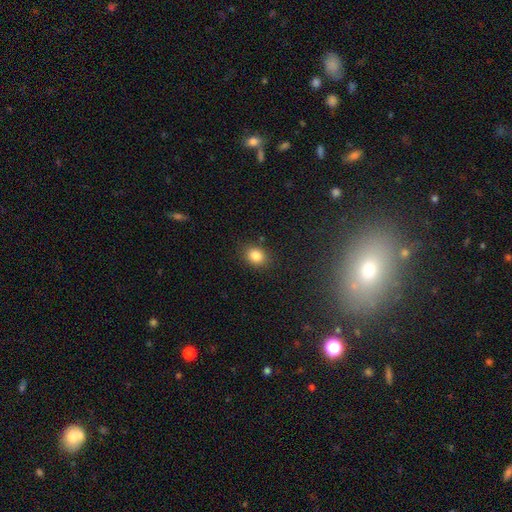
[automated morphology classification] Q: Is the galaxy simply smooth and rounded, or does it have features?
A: smooth — 84%.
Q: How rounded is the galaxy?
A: round — 52%.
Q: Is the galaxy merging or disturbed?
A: none — 85%.